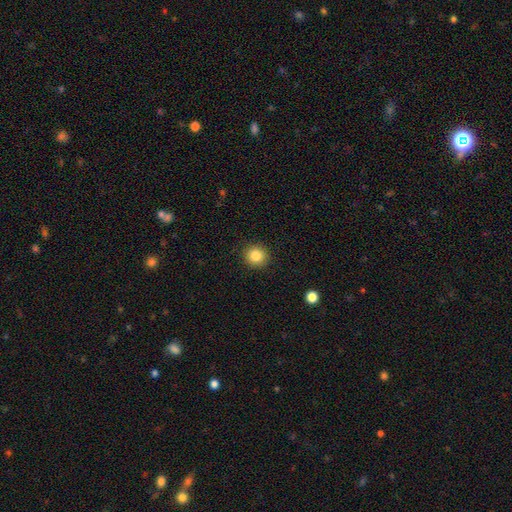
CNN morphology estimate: type=smooth (84%); roundness=round (92%); merging=none (92%).